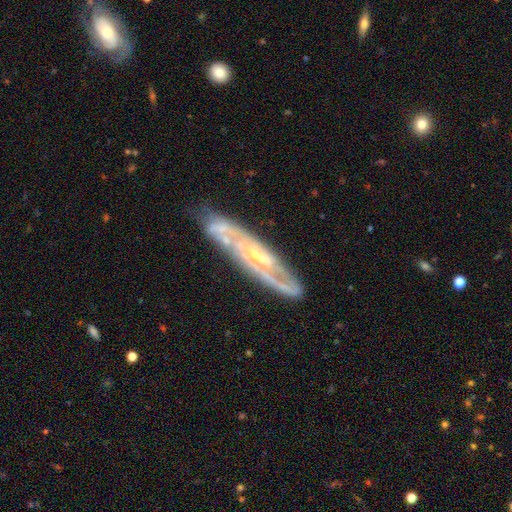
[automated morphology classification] Overall: featured or disk (83%). Edge-on disk: no (71%). Bar: no (41%; weak 38%). Spiral arms: yes (87%). Spiral arm count: 2 (51%; can't tell 31%). Spiral winding: tight (44%; medium 40%). Bulge size: small (57%; moderate 35%). Merging: none (68%).